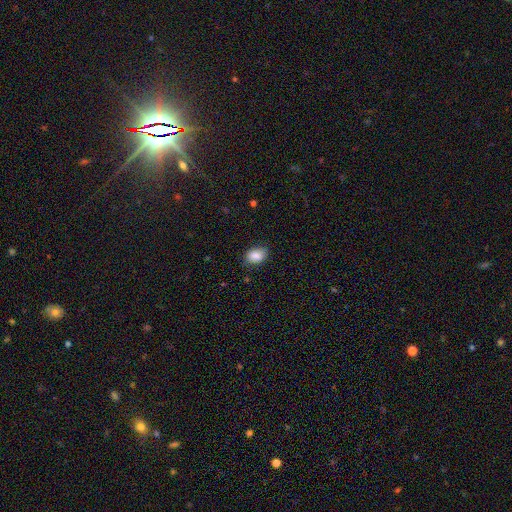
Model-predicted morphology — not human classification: This is clearly a smooth galaxy (85%). How rounded: clearly in between (83%). Merging: likely none (78%).